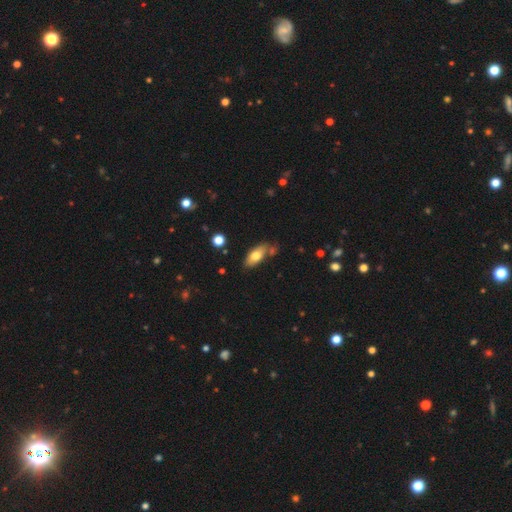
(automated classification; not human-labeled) Smooth or featured? Predicted: smooth (p=0.72). How rounded? Predicted: in between (p=0.84). Merging? Predicted: none (p=0.68).